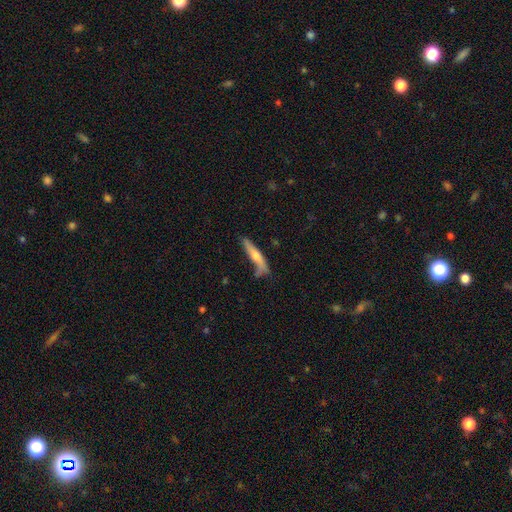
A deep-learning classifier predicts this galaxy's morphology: Overall: featured or disk (52%; smooth 41%). Edge-on disk: yes (87%). Merging: none (61%; minor disturbance 26%).